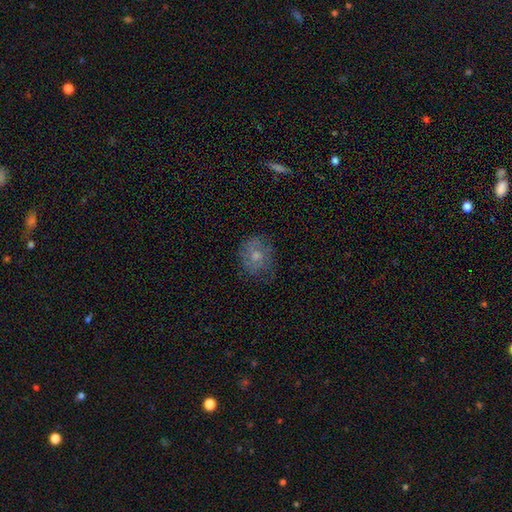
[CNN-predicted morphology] This is likely a smooth galaxy (61%). How rounded: likely round (64%). Merging: likely none (68%).